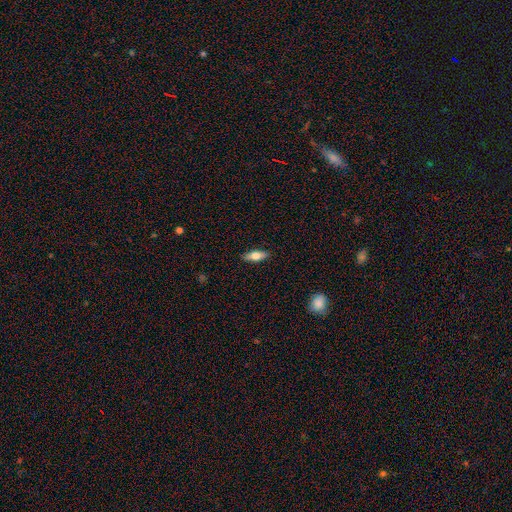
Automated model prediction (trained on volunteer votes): A smooth galaxy with no disk features (58%) that is in between round and cigar-shaped (59%).

Vote fractions:
- Smooth or featured? smooth: 58% / featured or disk: 35% / star or artifact: 7%
- How rounded? in between: 59% / cigar-shaped: 38% / round: 3%
- Merging? none: 89% / minor disturbance: 8% / major disturbance: 2% / merger: 1%